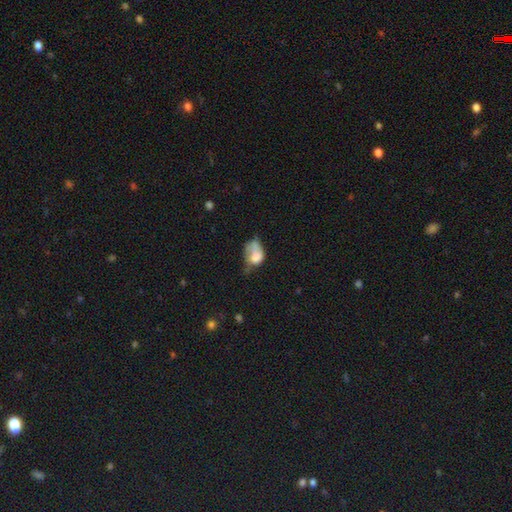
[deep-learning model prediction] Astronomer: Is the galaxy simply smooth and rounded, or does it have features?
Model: smooth — 67%.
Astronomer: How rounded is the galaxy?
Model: in between — 79%.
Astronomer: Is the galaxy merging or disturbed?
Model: major disturbance — 38% (runner-up: minor disturbance, 30%).